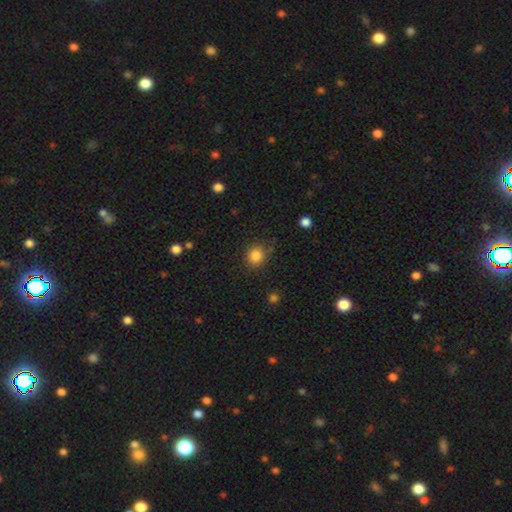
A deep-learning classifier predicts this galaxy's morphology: smooth_or_featured: smooth (p=0.85) [alt: star or artifact p=0.11]
how_rounded: round (p=0.82) [alt: in between p=0.17]
merging: none (p=0.82) [alt: minor disturbance p=0.12]